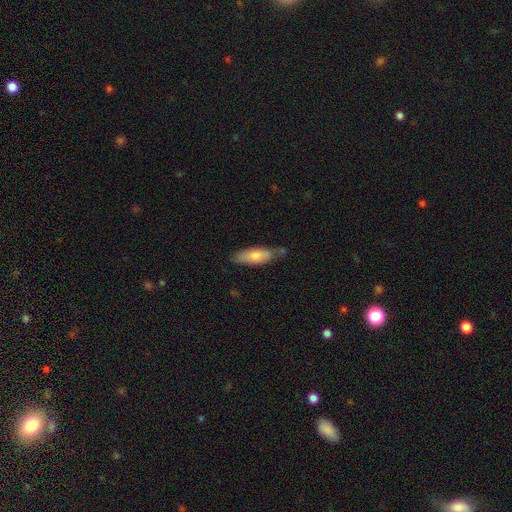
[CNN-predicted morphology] smooth 74%, featured or disk 20%, star or artifact 6%. Down the decision tree: how rounded — in between (61%); merging — none (64%).